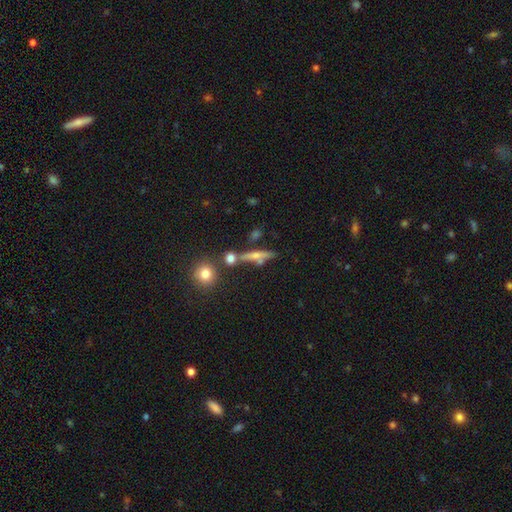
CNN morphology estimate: Smooth or featured? Predicted: featured or disk (p=0.57). Edge-on disk? Predicted: yes (p=0.83). Merging? Predicted: none (p=0.68).